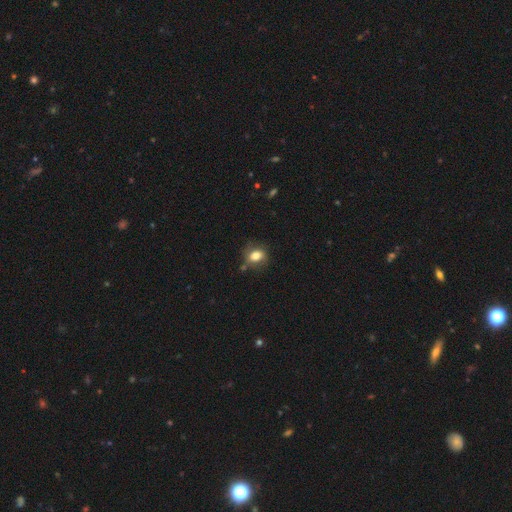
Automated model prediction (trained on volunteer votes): Smooth or featured? smooth (76%)
How rounded? in between (56%)
Merging? none (64%)